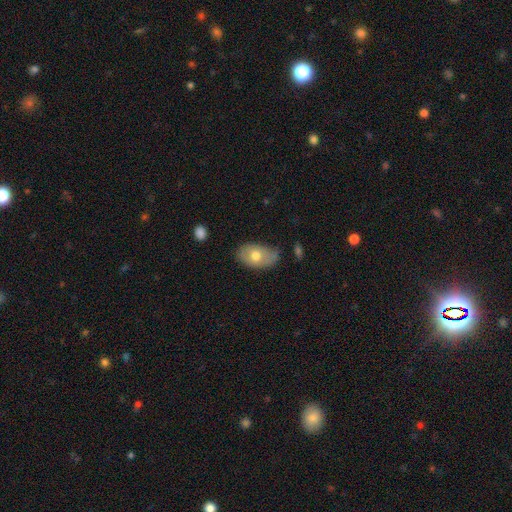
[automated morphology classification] A smooth galaxy with no disk features (66%) that is in between round and cigar-shaped (90%). Merging: none (65%).